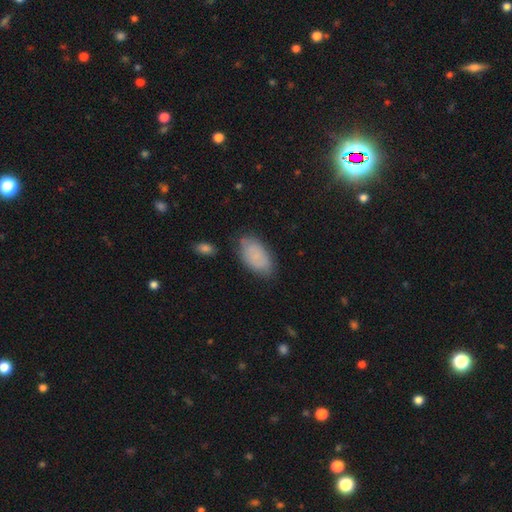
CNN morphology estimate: type=smooth (77%); roundness=in between (94%); merging=none (73%).